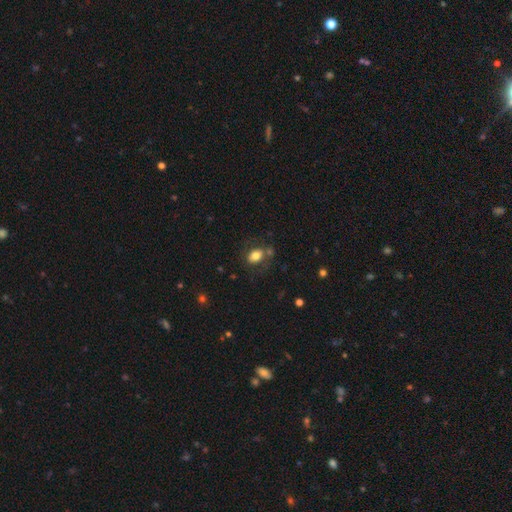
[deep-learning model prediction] A smooth galaxy with no disk features (76%) that is in between round and cigar-shaped (79%).

Vote fractions:
- Smooth or featured? smooth: 76% / featured or disk: 15% / star or artifact: 9%
- How rounded? in between: 79% / round: 19% / cigar-shaped: 2%
- Merging? none: 65% / minor disturbance: 17% / merger: 10% / major disturbance: 8%